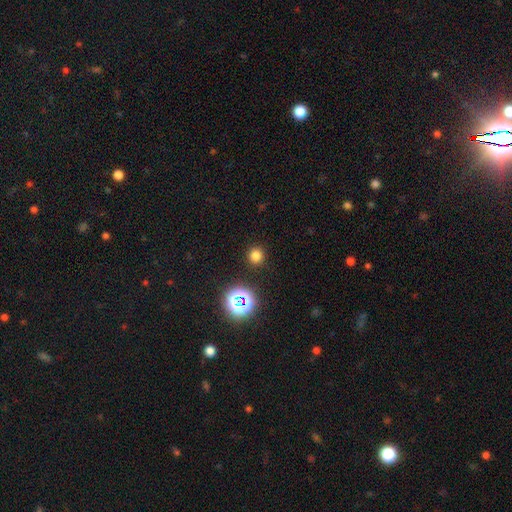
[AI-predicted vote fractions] smooth 75%, star or artifact 20%, featured or disk 5%. Down the decision tree: how rounded — round (93%); merging — none (91%).